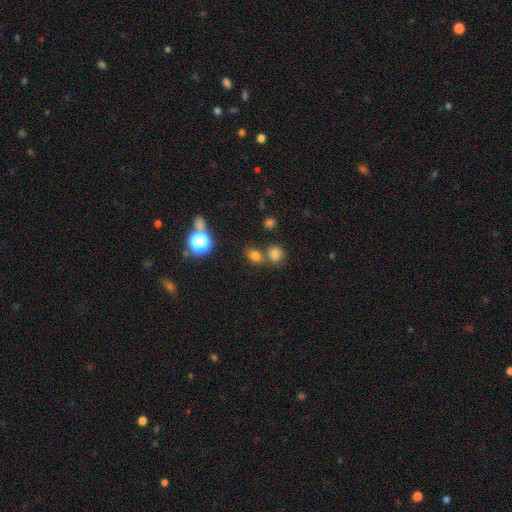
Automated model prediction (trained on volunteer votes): smooth 72%, star or artifact 21%, featured or disk 7%. Down the decision tree: how rounded — round (55%); merging — none (61%).